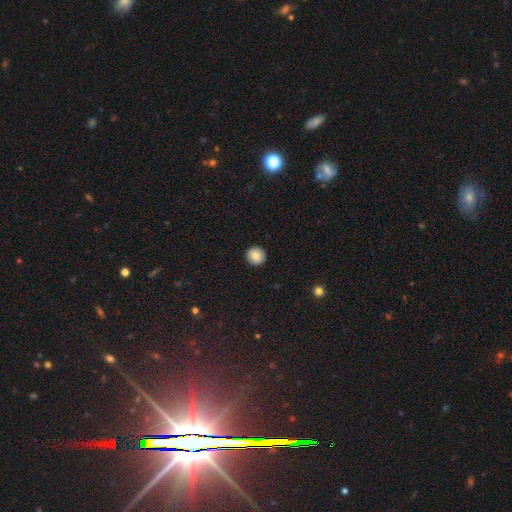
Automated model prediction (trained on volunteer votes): This is clearly a smooth galaxy (85%). How rounded: clearly round (93%). Merging: clearly none (92%).